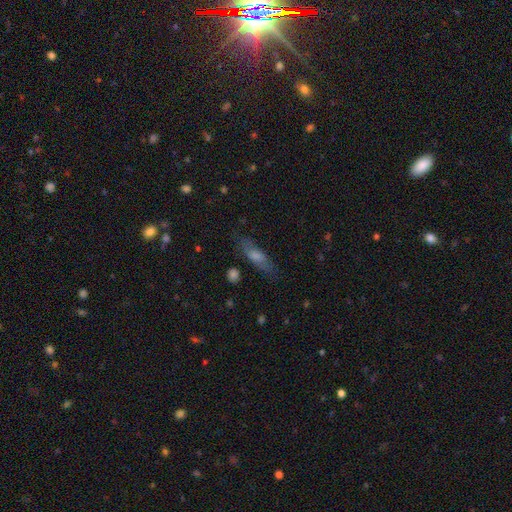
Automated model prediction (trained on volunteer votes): smooth-or-featured: smooth: 58% | featured or disk: 33% | star or artifact: 10%
  how-rounded: cigar-shaped: 57% | in between: 41% | round: 3%
  merging: none: 75% | minor disturbance: 17% | major disturbance: 6% | merger: 2%